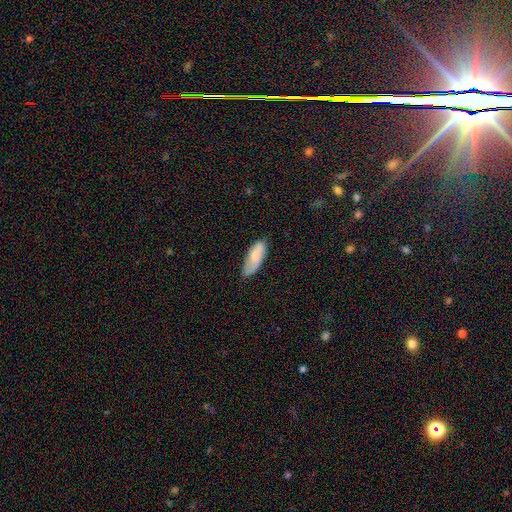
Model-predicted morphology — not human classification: A smooth galaxy with no disk features (75%) that is in between round and cigar-shaped (75%). Merging: none (63%).